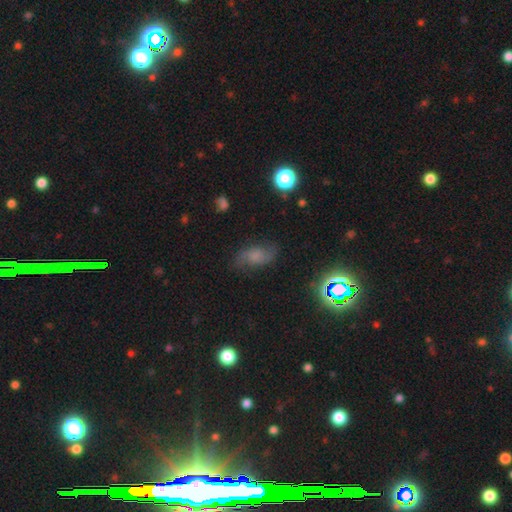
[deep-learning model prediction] Smooth or featured?
  - featured or disk: 48% *
  - smooth: 35%
  - star or artifact: 17%
Merging?
  - none: 72% *
  - minor disturbance: 19%
  - major disturbance: 8%
  - merger: 2%